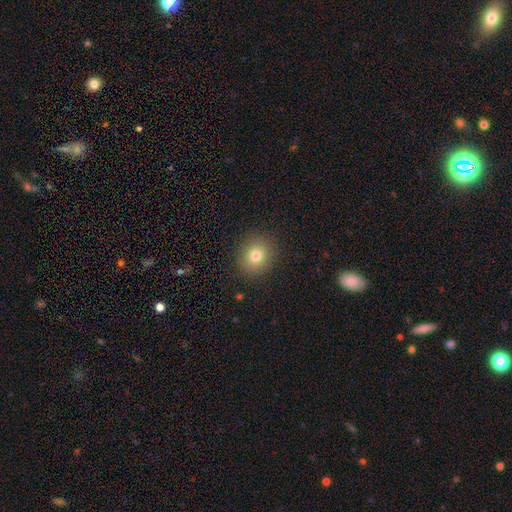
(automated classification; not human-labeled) Smooth or featured?
  - smooth: 78% *
  - star or artifact: 12%
  - featured or disk: 9%
How rounded?
  - round: 82% *
  - in between: 18%
  - cigar-shaped: 1%
Merging?
  - none: 89% *
  - minor disturbance: 7%
  - major disturbance: 3%
  - merger: 1%